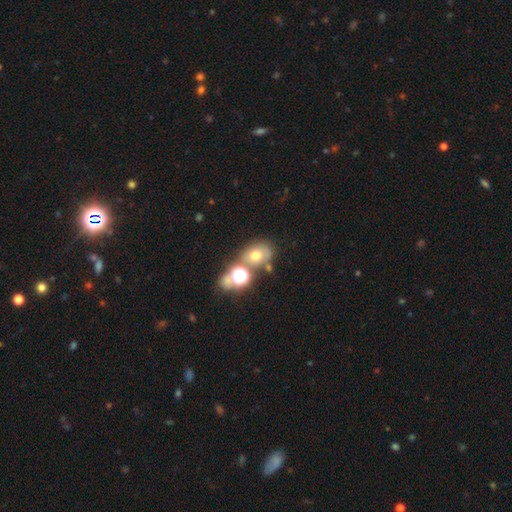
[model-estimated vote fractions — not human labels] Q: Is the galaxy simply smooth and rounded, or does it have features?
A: smooth — 56%.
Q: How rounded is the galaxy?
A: in between — 51%.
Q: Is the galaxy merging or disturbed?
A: none — 54%.